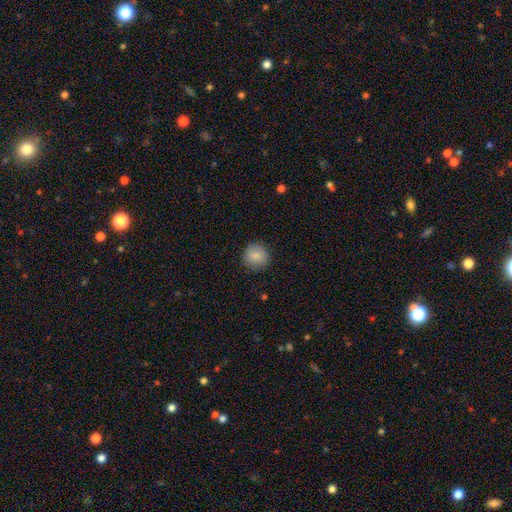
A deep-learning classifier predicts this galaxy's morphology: The model was most divided on "smooth or featured": smooth: 86%, star or artifact: 8%, featured or disk: 6%. More confident: how rounded — round (92%); merging — none (89%).